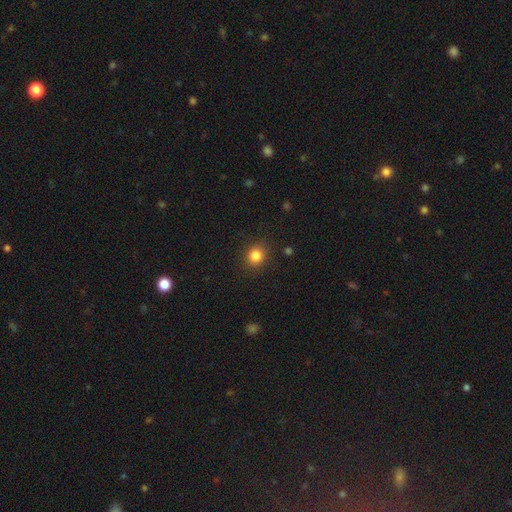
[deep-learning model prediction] This is clearly a smooth galaxy (84%). How rounded: clearly round (86%). Merging: clearly none (88%).